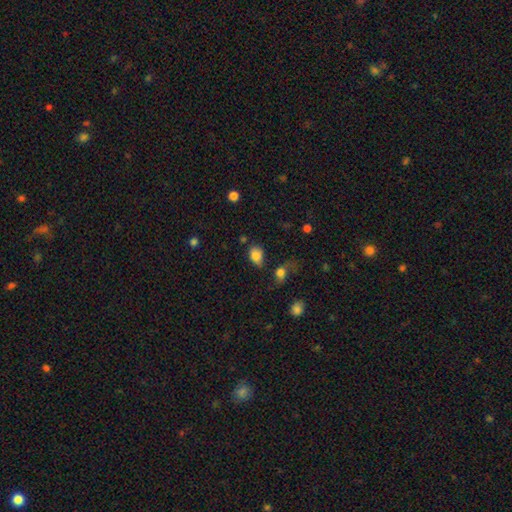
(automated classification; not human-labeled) Smooth or featured?
  - smooth: 83% *
  - star or artifact: 10%
  - featured or disk: 7%
How rounded?
  - in between: 76% *
  - round: 23%
  - cigar-shaped: 1%
Merging?
  - none: 61% *
  - minor disturbance: 23%
  - merger: 9%
  - major disturbance: 8%